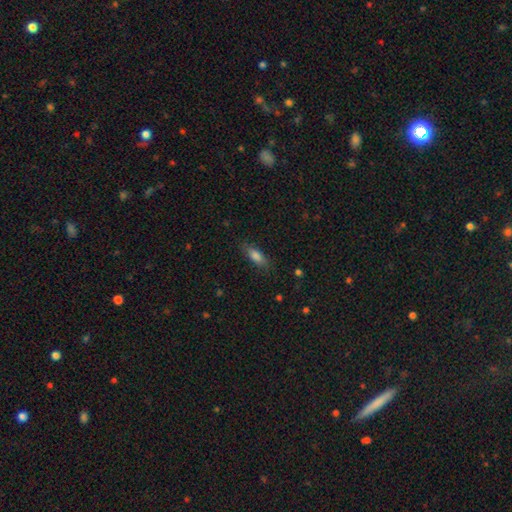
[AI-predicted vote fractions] Smooth or featured? smooth (81%)
How rounded? in between (70%)
Merging? none (81%)